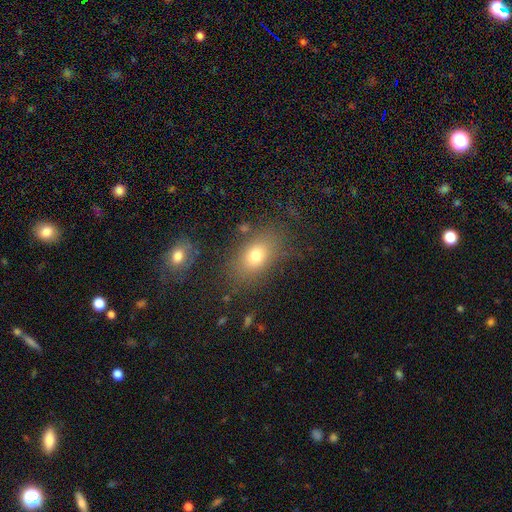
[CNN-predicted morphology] Smooth or featured? smooth (74%)
How rounded? in between (79%)
Merging? none (76%)